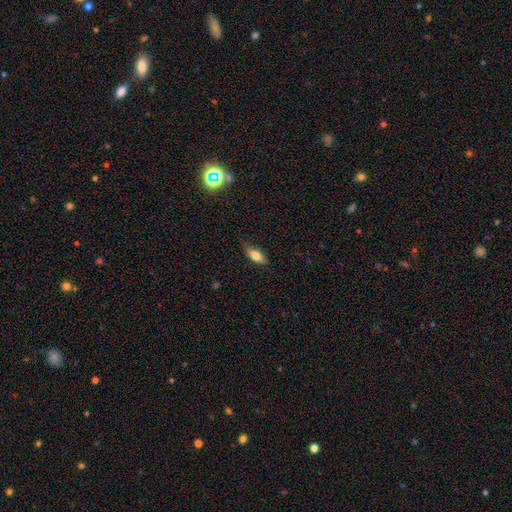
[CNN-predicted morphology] A smooth galaxy with no disk features (75%) that is in between round and cigar-shaped (74%). Merging: none (76%).